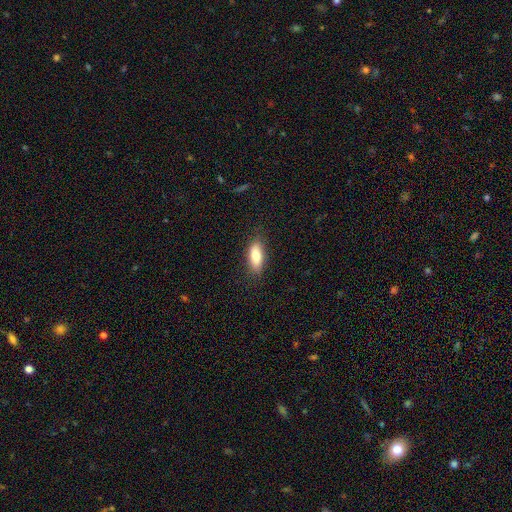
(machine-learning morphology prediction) Q: Smooth or featured?
A: smooth (78%); runner-up: featured or disk (15%)
Q: How rounded?
A: in between (74%); runner-up: cigar-shaped (23%)
Q: Merging?
A: none (84%); runner-up: minor disturbance (12%)